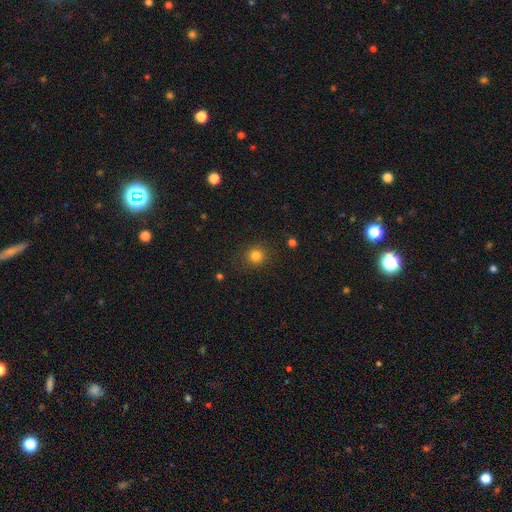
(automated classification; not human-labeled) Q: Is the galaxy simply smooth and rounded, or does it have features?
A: smooth — 81%.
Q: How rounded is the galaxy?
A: round — 87%.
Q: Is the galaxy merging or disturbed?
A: none — 86%.